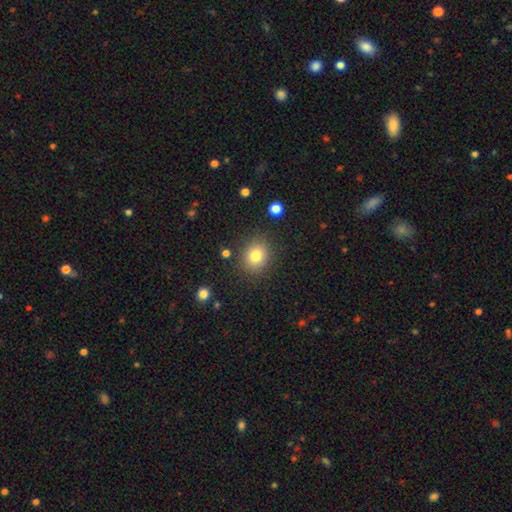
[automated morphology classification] The model was most divided on "how rounded": round: 67%, in between: 32%, cigar-shaped: 1%. More confident: merging — none (85%); smooth or featured — smooth (81%).